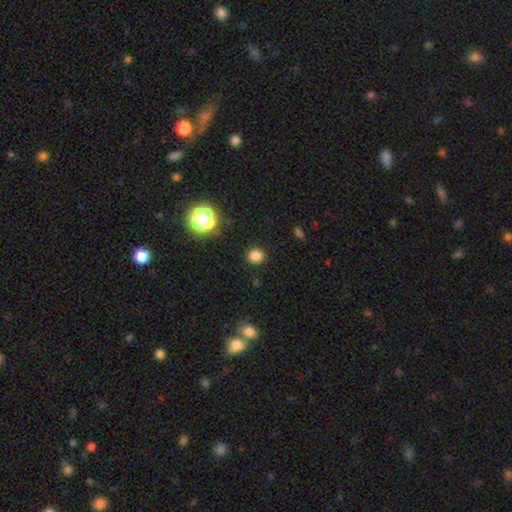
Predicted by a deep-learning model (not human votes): Smooth or featured? smooth (81%)
How rounded? round (81%)
Merging? none (89%)